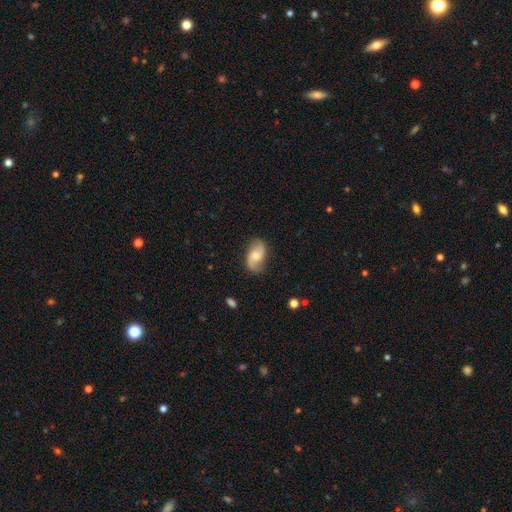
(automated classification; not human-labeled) Smooth or featured: featured or disk — 66% (smooth — 27%)
Edge-on disk: no — 96% (yes — 4%)
Bar: no — 58% (weak — 35%)
Spiral arms: yes — 92% (no — 8%)
Spiral winding: loose — 58% (medium — 31%)
Spiral arm count: 2 — 89% (can't tell — 5%)
Bulge size: moderate — 58% (small — 32%)
Merging: none — 78% (minor disturbance — 16%)